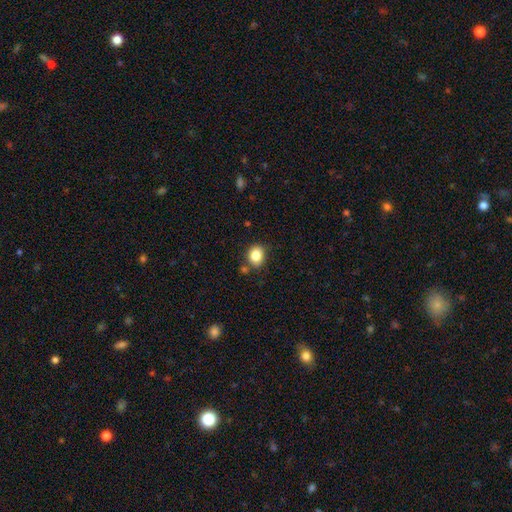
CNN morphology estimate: type=smooth (85%); roundness=round (56%); merging=none (78%).